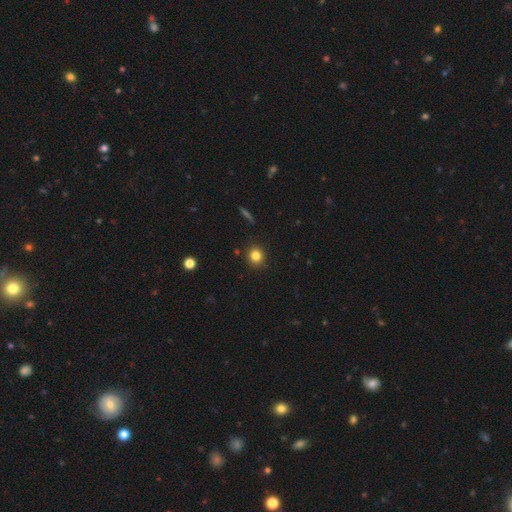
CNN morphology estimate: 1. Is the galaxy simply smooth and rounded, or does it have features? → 83% smooth, 12% star or artifact, 6% featured or disk.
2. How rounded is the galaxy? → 87% round, 12% in between, 1% cigar-shaped.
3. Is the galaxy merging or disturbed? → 90% none, 7% minor disturbance, 2% major disturbance, 2% merger.